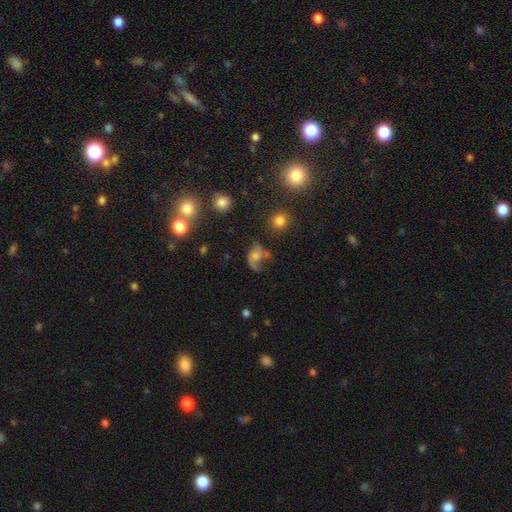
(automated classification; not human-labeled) This is likely a featured or disk galaxy (62%). It is clearly not viewed edge-on (97%). Bar: likely no (66%). Spiral arm pattern: clearly yes (88%). Spiral arm count: likely 2 (73%). Spiral winding: likely loose (66%). Central bulge: marginally moderate (33%). Merging: marginally none (42%).